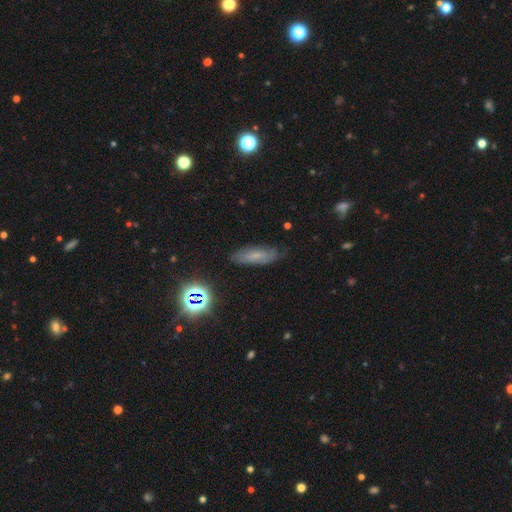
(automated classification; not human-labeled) A smooth galaxy with no disk features (52%) that is in between round and cigar-shaped (60%). Merging: none (76%).